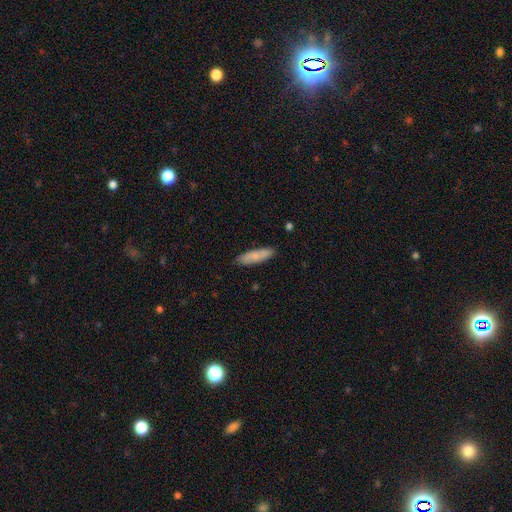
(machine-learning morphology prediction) Smooth or featured?
  - smooth: 75% *
  - featured or disk: 19%
  - star or artifact: 6%
How rounded?
  - cigar-shaped: 61% *
  - in between: 37%
  - round: 2%
Merging?
  - none: 86% *
  - minor disturbance: 11%
  - major disturbance: 2%
  - merger: 1%